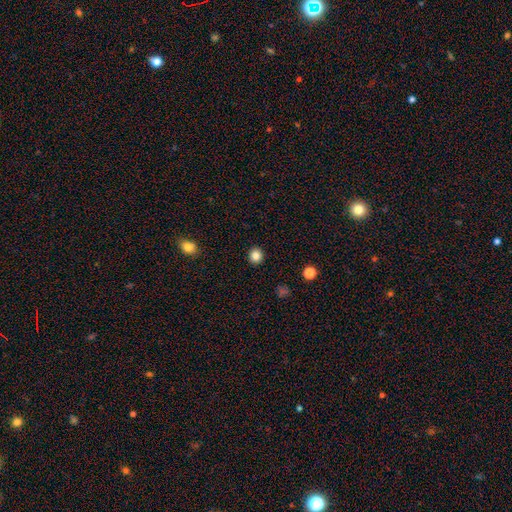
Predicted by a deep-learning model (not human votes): Smooth or featured? smooth (85%)
How rounded? round (83%)
Merging? none (92%)